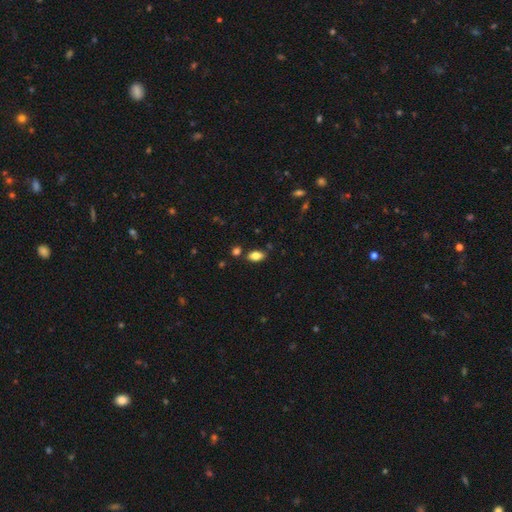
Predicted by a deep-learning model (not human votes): A smooth galaxy with no disk features (81%) that is in between round and cigar-shaped (91%).

Vote fractions:
- Smooth or featured? smooth: 81% / featured or disk: 11% / star or artifact: 9%
- How rounded? in between: 91% / round: 5% / cigar-shaped: 4%
- Merging? none: 80% / minor disturbance: 12% / merger: 6% / major disturbance: 2%